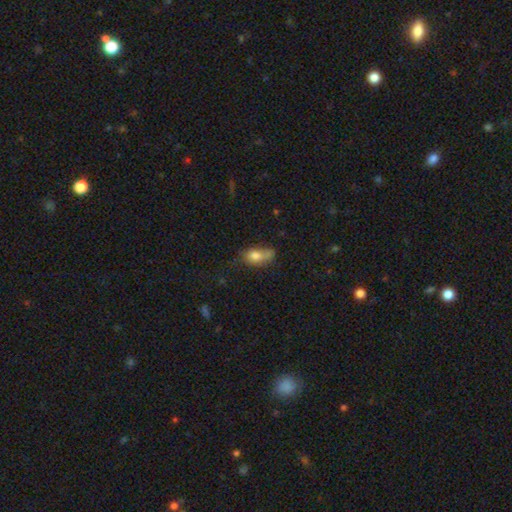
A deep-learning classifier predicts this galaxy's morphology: The model was most divided on "merging": none: 37%, minor disturbance: 33%, major disturbance: 20%, merger: 10%. More confident: how rounded — in between (79%); smooth or featured — smooth (75%).